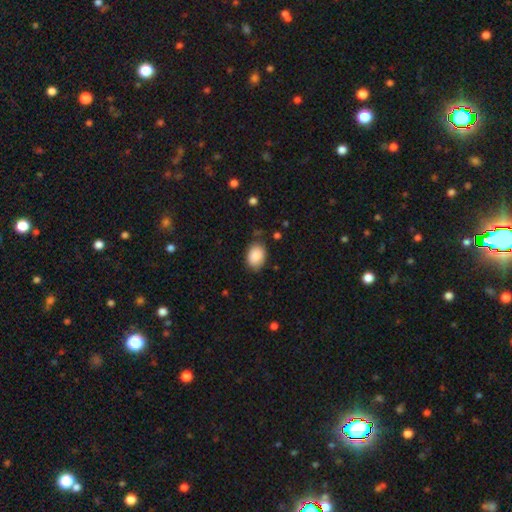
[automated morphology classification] Smooth or featured? smooth (88%)
How rounded? in between (80%)
Merging? none (81%)